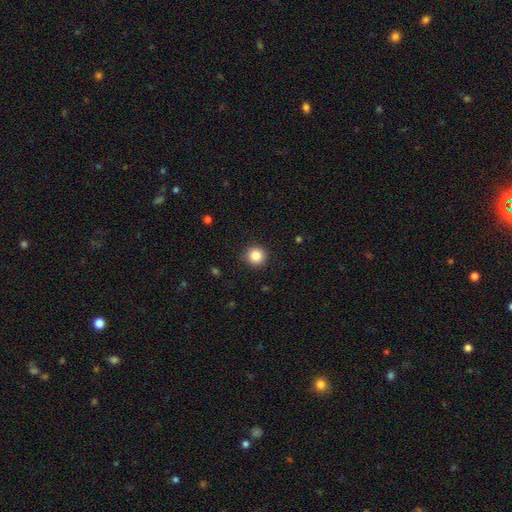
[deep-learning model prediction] Smooth or featured: smooth — 85% (star or artifact — 10%)
How rounded: round — 94% (in between — 5%)
Merging: none — 91% (minor disturbance — 6%)